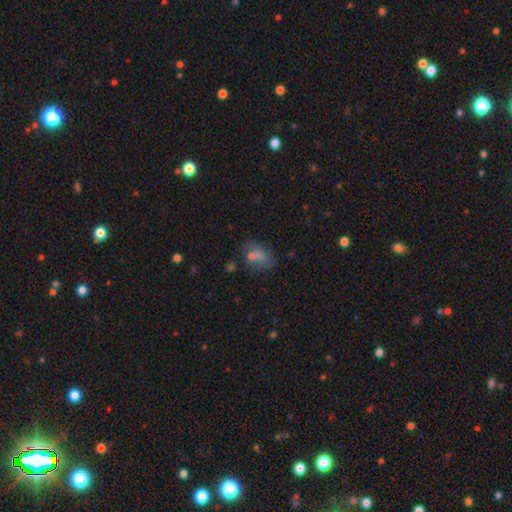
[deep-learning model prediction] smooth-or-featured: smooth: 66% | featured or disk: 19% | star or artifact: 15%
  how-rounded: in between: 75% | round: 22% | cigar-shaped: 3%
  merging: none: 44% | minor disturbance: 22% | merger: 20% | major disturbance: 14%